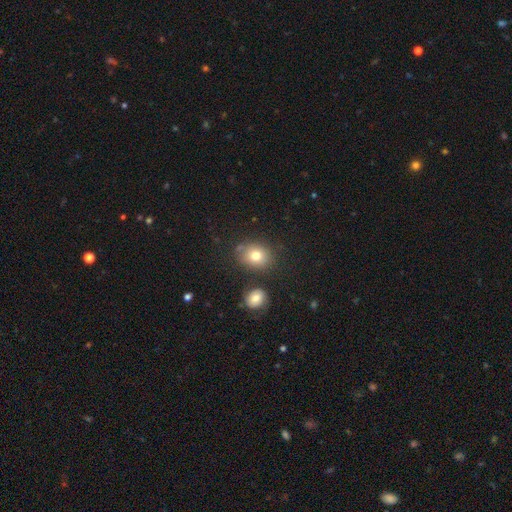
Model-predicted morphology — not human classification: This is likely a smooth galaxy (77%). How rounded: likely round (60%). Merging: likely none (76%).